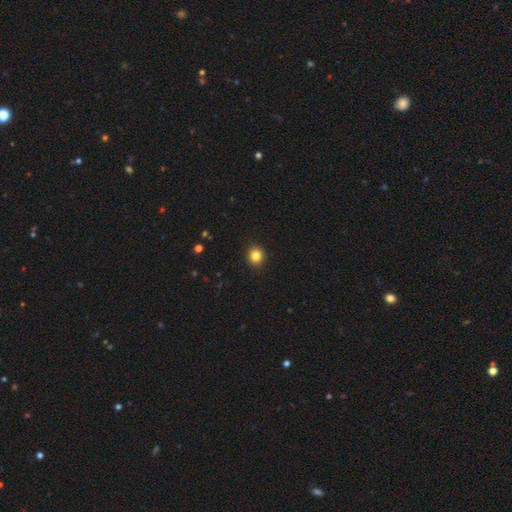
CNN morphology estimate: A smooth galaxy with no disk features (84%) that is round (89%). Merging: none (92%).